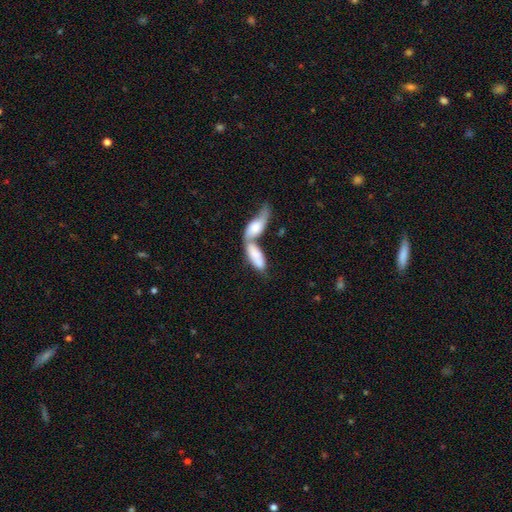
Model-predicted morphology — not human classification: A smooth galaxy with no disk features (70%) that is in between round and cigar-shaped (77%). Merging: merger (73%).